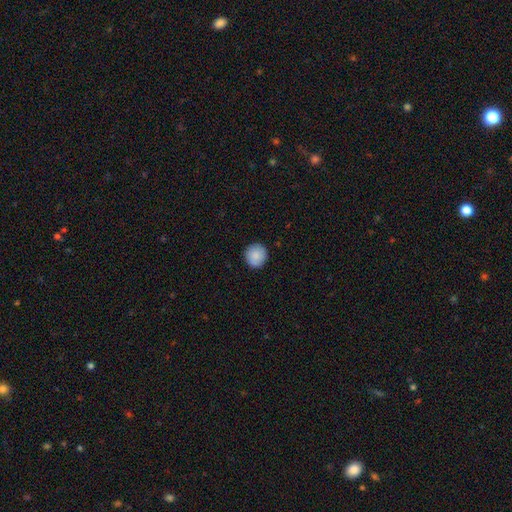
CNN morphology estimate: A smooth galaxy with no disk features (87%) that is round (93%). Merging: none (90%).